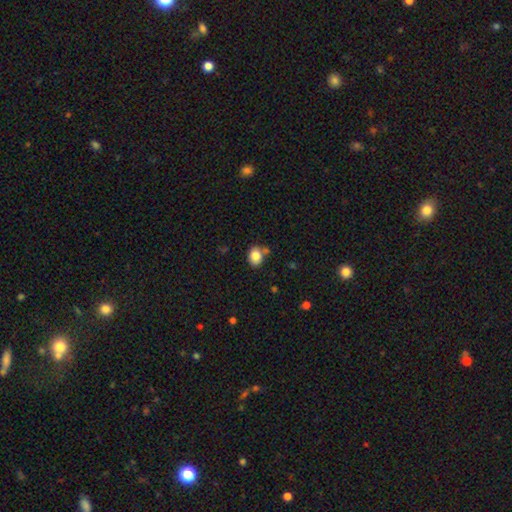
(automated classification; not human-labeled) Smooth or featured? Predicted: smooth (p=0.83). How rounded? Predicted: in between (p=0.53). Merging? Predicted: none (p=0.70).